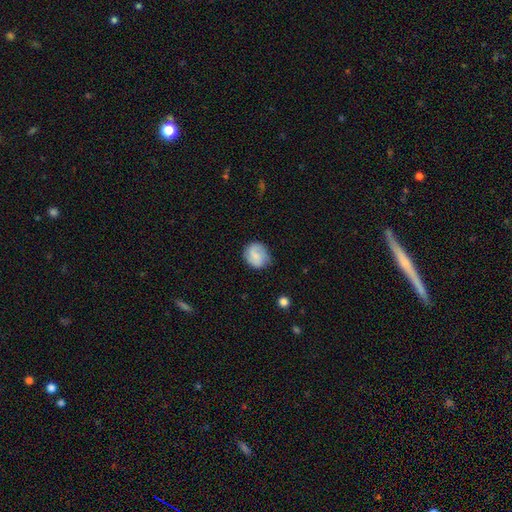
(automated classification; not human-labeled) This appears to be a smooth galaxy with no disk features (60%) that is round (77%). Merging: none (73%).